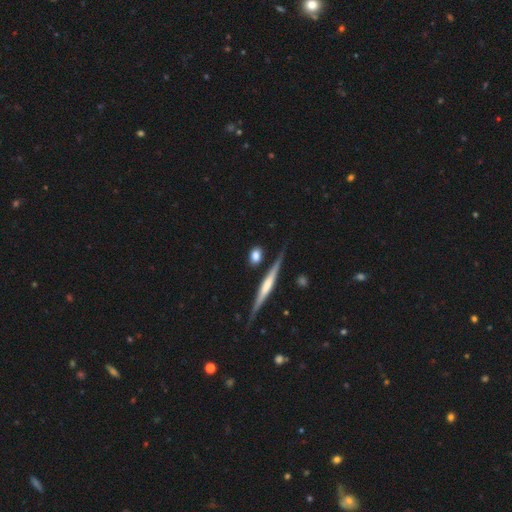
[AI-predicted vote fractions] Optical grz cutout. It shows a smooth galaxy with no disk features (73%) that is round (45%). Merging: none (78%).